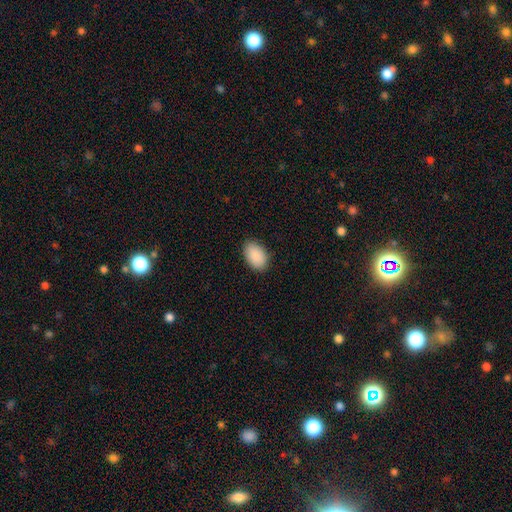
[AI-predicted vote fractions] smooth 91%, star or artifact 6%, featured or disk 3%. Down the decision tree: how rounded — in between (92%); merging — none (88%).